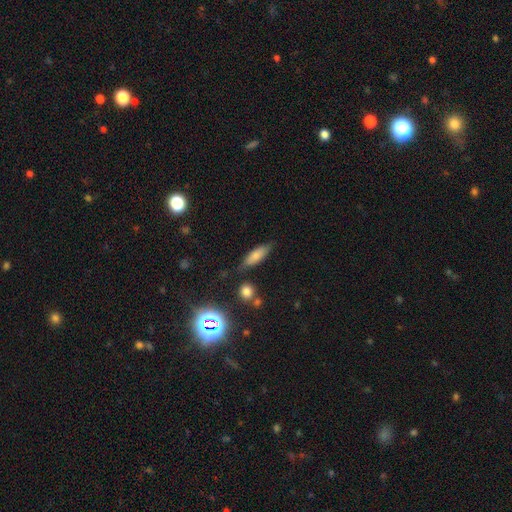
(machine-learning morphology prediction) Overall: smooth (74%). How rounded: in between (54%; cigar-shaped 43%). Merging: none (74%).